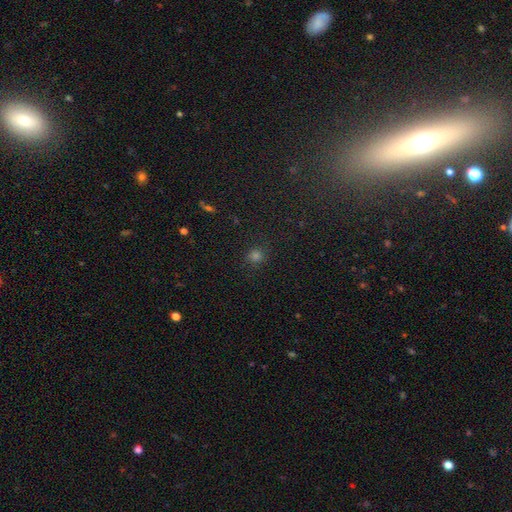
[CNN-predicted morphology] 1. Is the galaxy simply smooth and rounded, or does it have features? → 67% smooth, 27% star or artifact, 6% featured or disk.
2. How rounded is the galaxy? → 88% round, 10% in between, 1% cigar-shaped.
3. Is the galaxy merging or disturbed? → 87% none, 9% minor disturbance, 3% major disturbance, 1% merger.